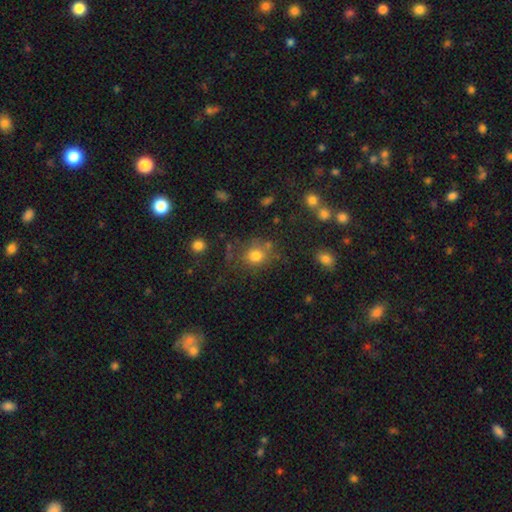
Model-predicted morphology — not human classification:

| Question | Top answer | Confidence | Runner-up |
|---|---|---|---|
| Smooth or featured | smooth | 76% | star or artifact (15%) |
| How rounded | round | 79% | in between (20%) |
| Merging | none | 67% | minor disturbance (16%) |